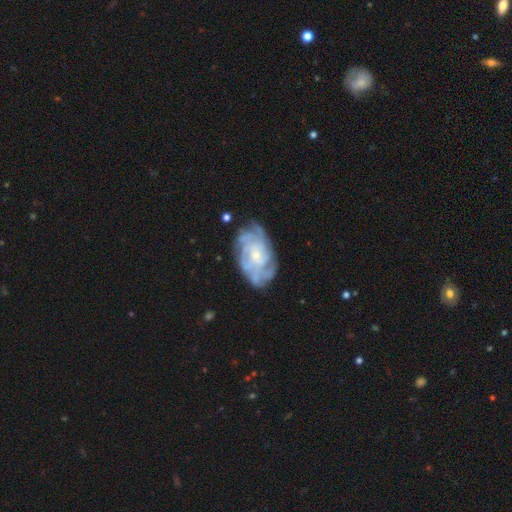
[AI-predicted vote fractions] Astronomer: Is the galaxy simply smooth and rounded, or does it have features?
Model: featured or disk — 83%.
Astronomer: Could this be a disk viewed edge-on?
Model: no — 96%.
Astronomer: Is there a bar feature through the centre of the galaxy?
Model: no — 71%.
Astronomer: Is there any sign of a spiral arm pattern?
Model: yes — 94%.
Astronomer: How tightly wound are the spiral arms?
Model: tight — 67%.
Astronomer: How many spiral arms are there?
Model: can't tell — 39% (runner-up: 4, 23%).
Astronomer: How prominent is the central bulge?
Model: small — 67%.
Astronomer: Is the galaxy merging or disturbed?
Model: none — 72%.